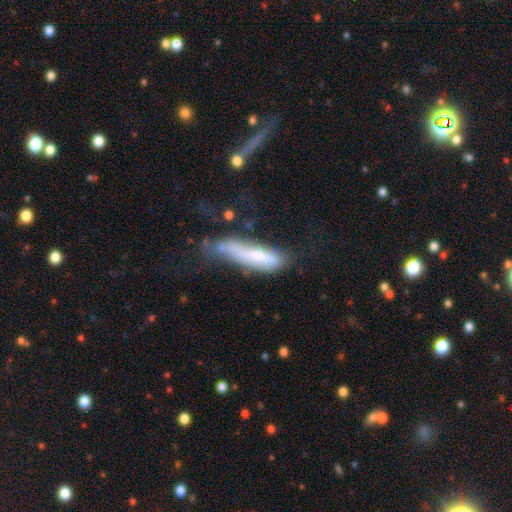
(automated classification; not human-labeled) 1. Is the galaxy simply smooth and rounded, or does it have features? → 54% smooth, 38% featured or disk, 8% star or artifact.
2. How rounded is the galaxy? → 71% cigar-shaped, 27% in between, 2% round.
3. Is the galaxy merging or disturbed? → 30% major disturbance (tied), 30% none (tied), 29% minor disturbance, 11% merger.